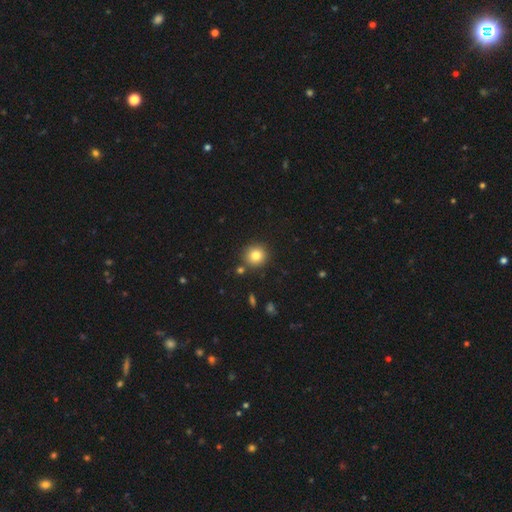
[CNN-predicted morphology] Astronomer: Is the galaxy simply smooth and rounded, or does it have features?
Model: smooth — 81%.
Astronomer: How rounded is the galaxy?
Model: round — 93%.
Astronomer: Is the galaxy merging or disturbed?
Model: none — 86%.